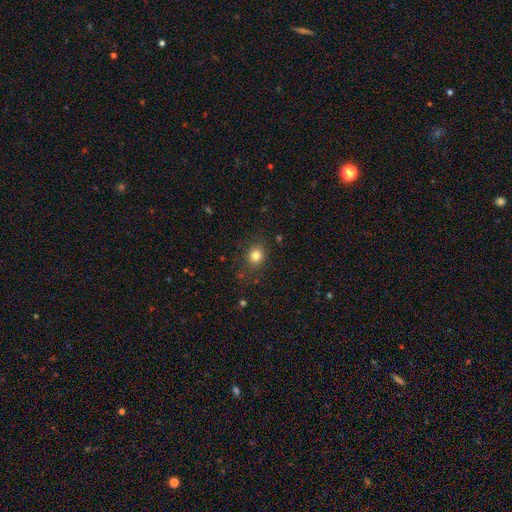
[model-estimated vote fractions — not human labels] A smooth galaxy with no disk features (80%) that is round (73%).

Vote fractions:
- Smooth or featured? smooth: 80% / star or artifact: 13% / featured or disk: 7%
- How rounded? round: 73% / in between: 26% / cigar-shaped: 1%
- Merging? none: 83% / minor disturbance: 11% / major disturbance: 4% / merger: 2%